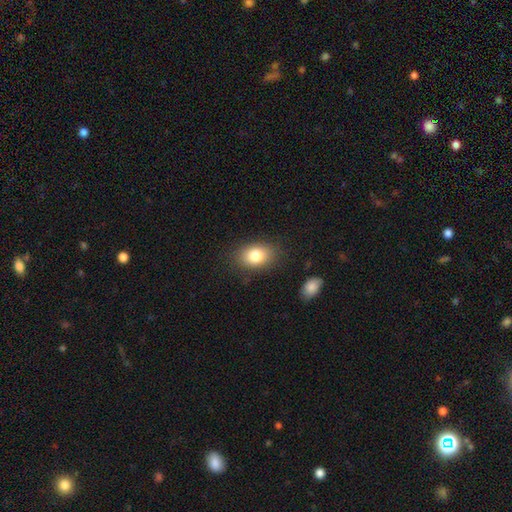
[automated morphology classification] Smooth or featured: smooth — 80% (featured or disk — 11%)
How rounded: in between — 78% (round — 21%)
Merging: none — 84% (minor disturbance — 11%)